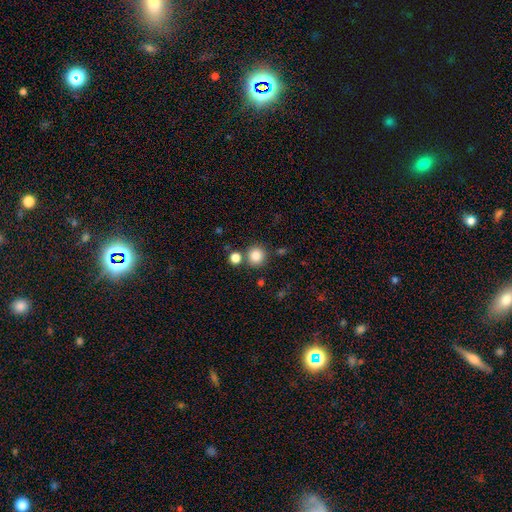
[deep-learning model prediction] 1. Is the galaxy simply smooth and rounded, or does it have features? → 84% smooth, 11% star or artifact, 5% featured or disk.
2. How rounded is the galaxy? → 94% round, 6% in between, 1% cigar-shaped.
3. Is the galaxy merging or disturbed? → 78% none, 12% merger, 7% minor disturbance, 3% major disturbance.